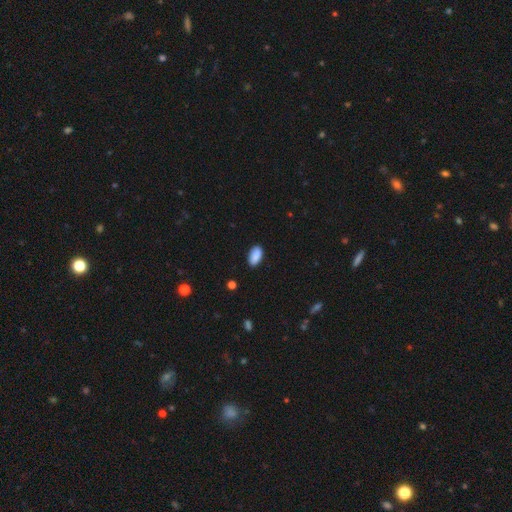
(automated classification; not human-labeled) smooth 90%, star or artifact 7%, featured or disk 4%. Down the decision tree: how rounded — in between (94%); merging — none (86%).